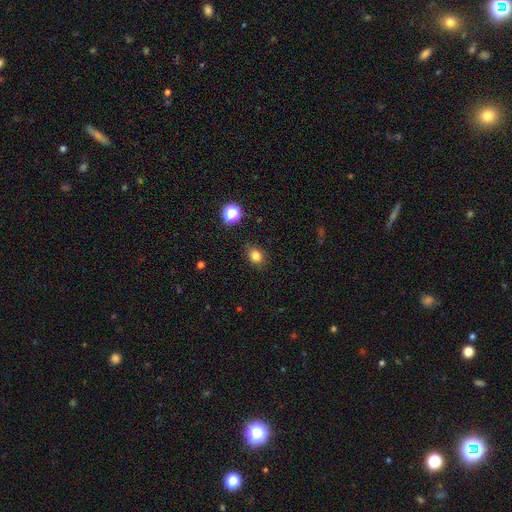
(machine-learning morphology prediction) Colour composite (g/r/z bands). It shows a smooth galaxy with no disk features (81%) that is round (59%). Merging: none (83%).